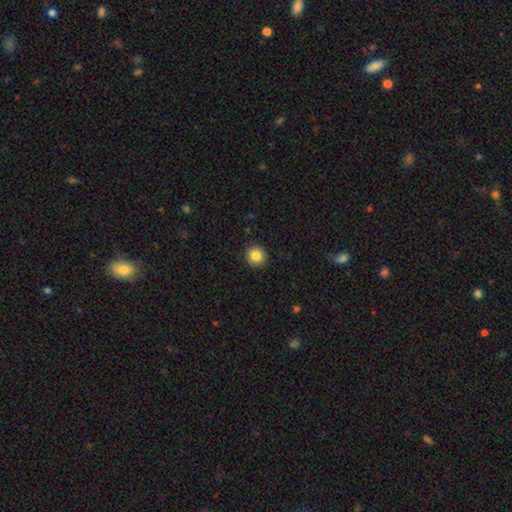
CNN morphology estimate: Overall: smooth (86%). How rounded: round (93%). Merging: none (92%).